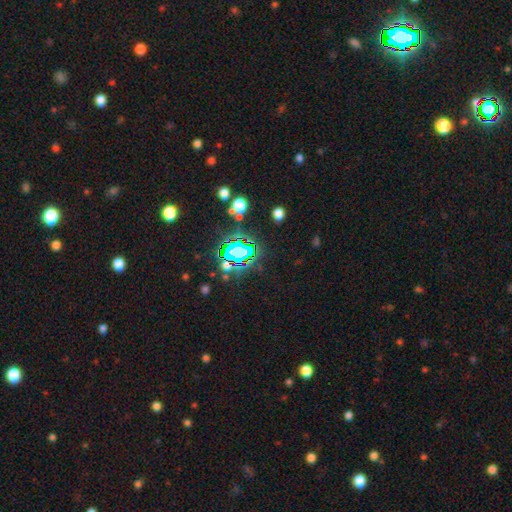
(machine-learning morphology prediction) Q: Smooth or featured?
A: star or artifact (81%); runner-up: smooth (12%)